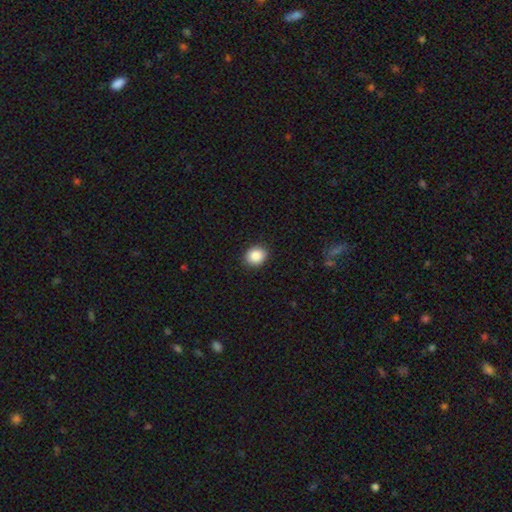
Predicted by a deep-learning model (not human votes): smooth-or-featured: smooth: 88% | star or artifact: 8% | featured or disk: 4%
  how-rounded: round: 63% | in between: 36% | cigar-shaped: 1%
  merging: none: 89% | minor disturbance: 8% | major disturbance: 2% | merger: 1%